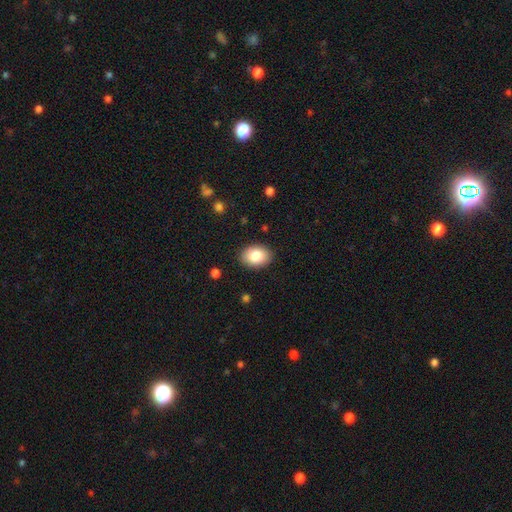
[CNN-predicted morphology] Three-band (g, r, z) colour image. It shows a smooth galaxy with no disk features (84%) that is in between round and cigar-shaped (77%). Merging: none (89%).